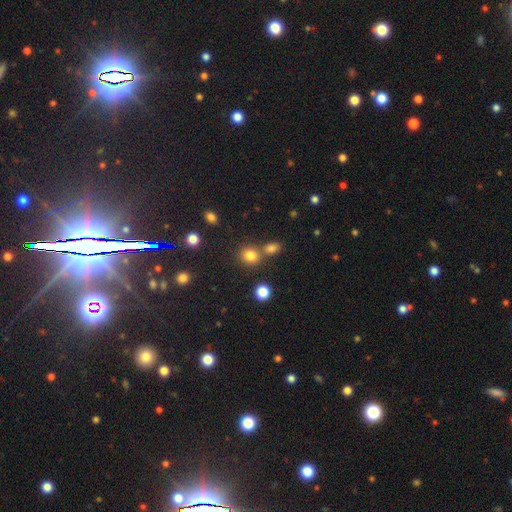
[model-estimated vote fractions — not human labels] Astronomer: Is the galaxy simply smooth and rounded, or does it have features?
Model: star or artifact — 63%.